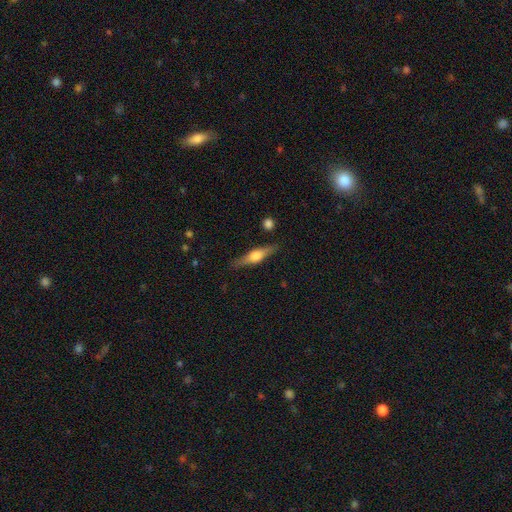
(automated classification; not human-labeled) The model was most divided on "smooth or featured": featured or disk: 63%, smooth: 30%, star or artifact: 6%. More confident: edge-on disk — yes (96%); edge-on bulge — rounded (91%); merging — none (85%).